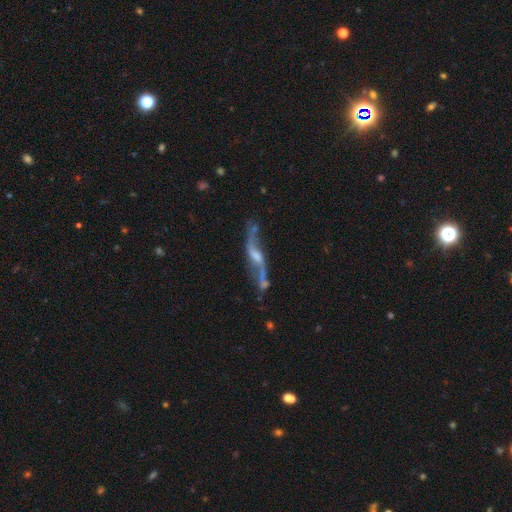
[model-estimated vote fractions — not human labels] featured or disk 84%, smooth 8%, star or artifact 7%. Down the decision tree: edge-on disk — no (68%); bar — weak (42%); spiral arms — yes (91%); spiral arm count — 2 (91%); spiral winding — loose (89%); bulge size — small (41%); merging — none (57%).